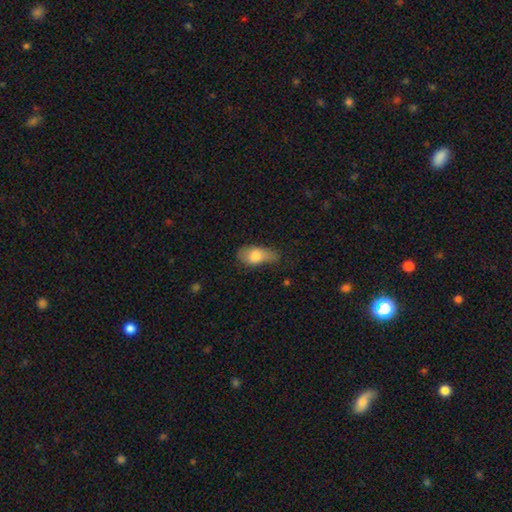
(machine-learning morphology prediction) Overall: smooth (77%). How rounded: in between (87%). Merging: minor disturbance (41%; none 38%).